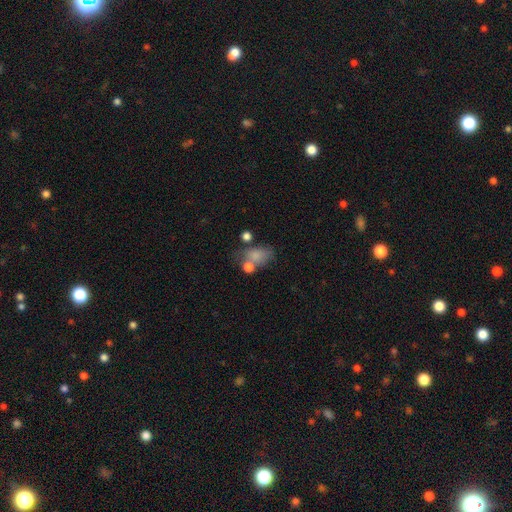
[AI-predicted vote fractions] Overall: smooth (75%). How rounded: in between (79%). Merging: none (39%; merger 26%).